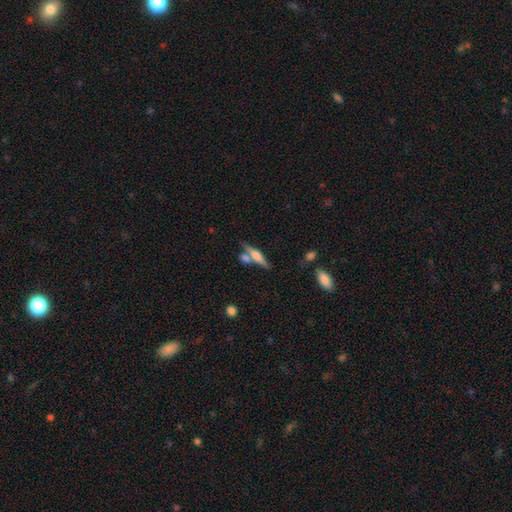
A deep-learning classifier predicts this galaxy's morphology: type=featured or disk (55%); edge-on=yes (94%); edge-on bulge=rounded (77%); merging=none (60%).